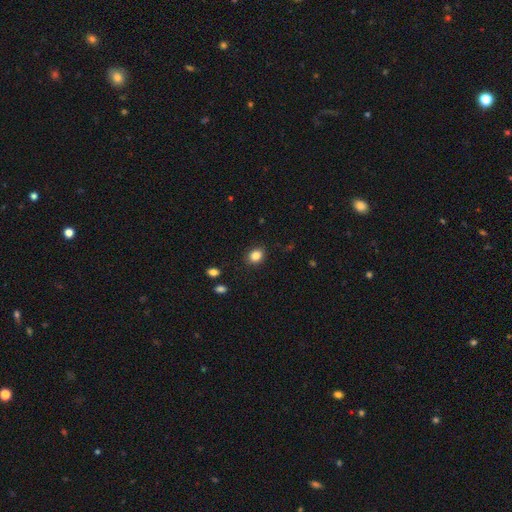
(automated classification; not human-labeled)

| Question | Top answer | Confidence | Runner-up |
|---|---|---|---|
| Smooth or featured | smooth | 85% | star or artifact (10%) |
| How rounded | round | 54% | in between (45%) |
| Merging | none | 88% | minor disturbance (8%) |